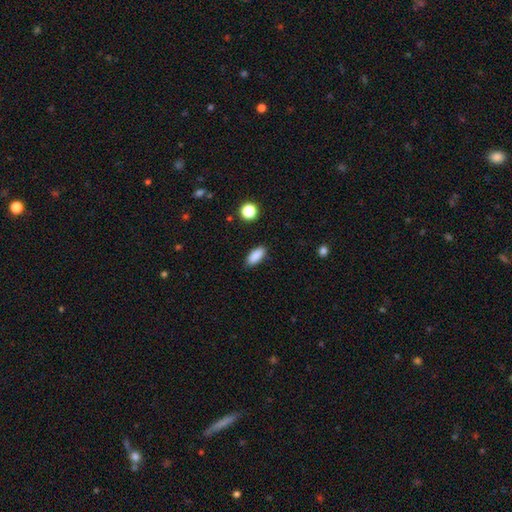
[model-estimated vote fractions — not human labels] Overall: smooth (88%). How rounded: in between (84%). Merging: none (87%).